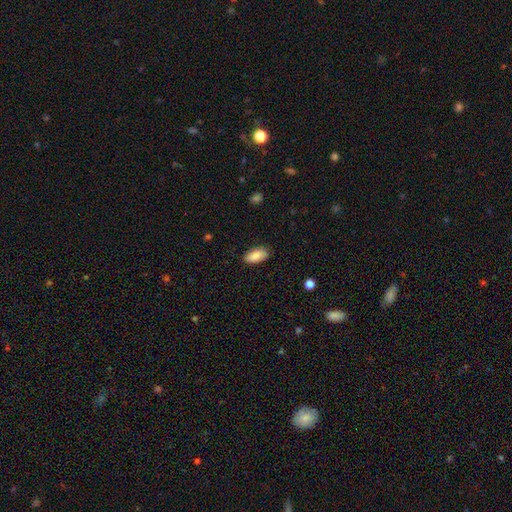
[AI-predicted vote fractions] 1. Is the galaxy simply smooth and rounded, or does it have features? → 87% smooth, 6% featured or disk, 6% star or artifact.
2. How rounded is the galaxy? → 93% in between, 5% cigar-shaped, 2% round.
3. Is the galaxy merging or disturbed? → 86% none, 11% minor disturbance, 2% major disturbance, 1% merger.